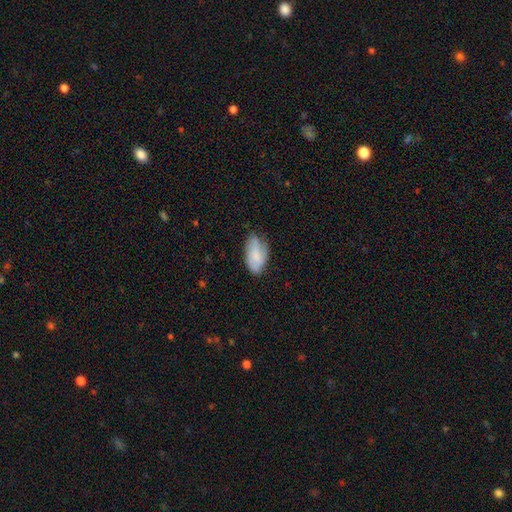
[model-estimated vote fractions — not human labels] The model was most divided on "merging": none: 57%, minor disturbance: 33%, major disturbance: 8%, merger: 1%. More confident: how rounded — in between (94%); smooth or featured — smooth (69%).